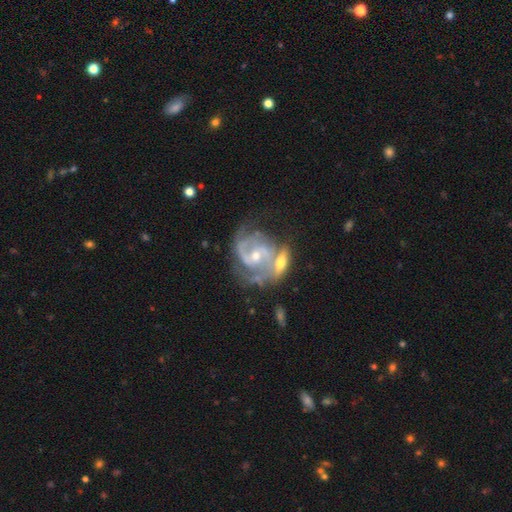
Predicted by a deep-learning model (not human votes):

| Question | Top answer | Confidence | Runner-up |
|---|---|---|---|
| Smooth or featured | featured or disk | 88% | smooth (7%) |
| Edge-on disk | no | 97% | yes (3%) |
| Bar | no | 47% | weak (38%) |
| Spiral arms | yes | 95% | no (5%) |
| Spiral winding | medium | 48% | tight (38%) |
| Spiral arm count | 2 | 69% | can't tell (13%) |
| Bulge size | moderate | 50% | small (46%) |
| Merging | merger | 43% | none (31%) |